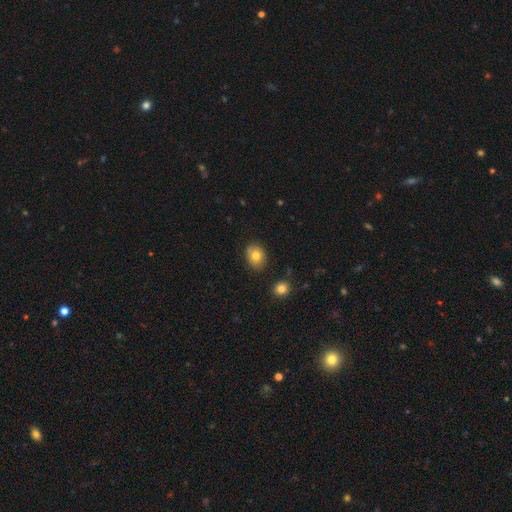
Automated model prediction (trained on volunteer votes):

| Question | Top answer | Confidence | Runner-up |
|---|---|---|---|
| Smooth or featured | smooth | 78% | featured or disk (12%) |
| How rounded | round | 53% | in between (46%) |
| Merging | none | 81% | minor disturbance (12%) |